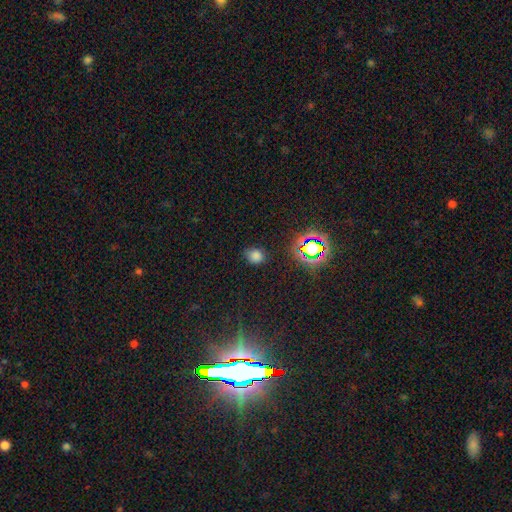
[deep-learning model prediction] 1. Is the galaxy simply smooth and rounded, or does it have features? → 71% smooth, 23% star or artifact, 5% featured or disk.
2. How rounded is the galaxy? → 68% round, 31% in between, 1% cigar-shaped.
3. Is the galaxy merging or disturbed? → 79% none, 15% minor disturbance, 4% major disturbance, 2% merger.